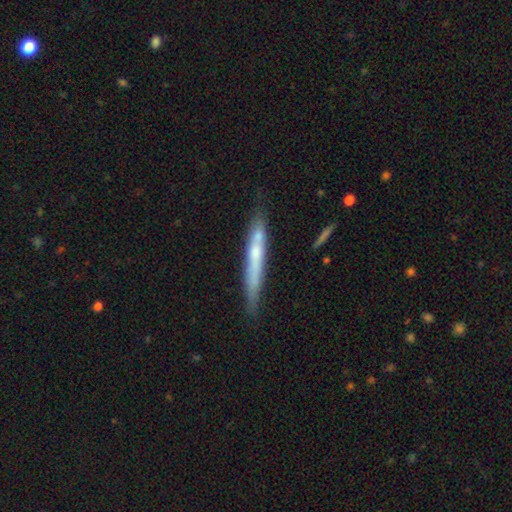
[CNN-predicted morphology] smooth_or_featured: featured or disk (p=0.48) [alt: smooth p=0.45]
merging: none (p=0.74) [alt: minor disturbance p=0.16]